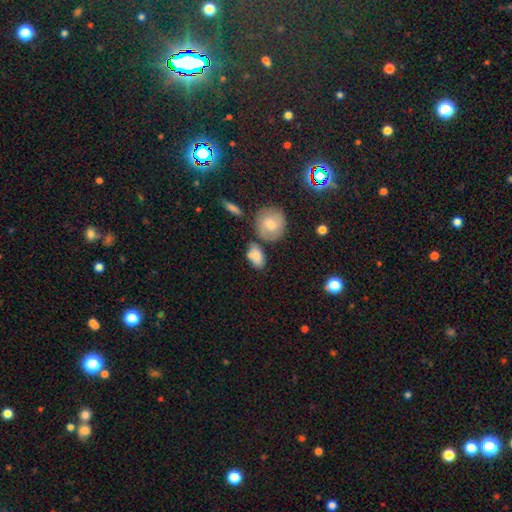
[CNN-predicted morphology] A smooth galaxy with no disk features (78%) that is in between round and cigar-shaped (82%).

Vote fractions:
- Smooth or featured? smooth: 78% / featured or disk: 15% / star or artifact: 7%
- How rounded? in between: 82% / round: 13% / cigar-shaped: 4%
- Merging? none: 52% / minor disturbance: 21% / merger: 19% / major disturbance: 7%